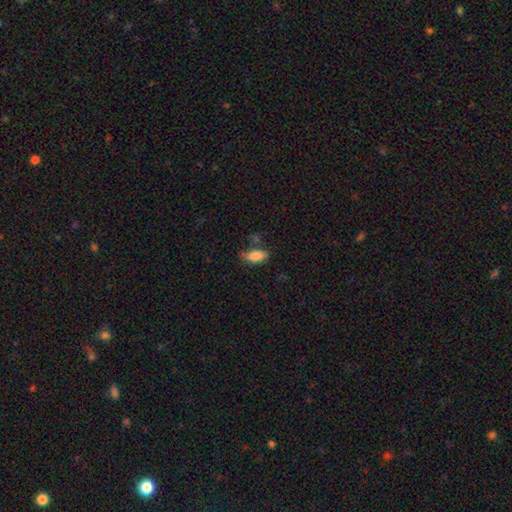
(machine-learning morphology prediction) Q: Smooth or featured?
A: smooth (85%); runner-up: star or artifact (7%)
Q: How rounded?
A: in between (87%); runner-up: cigar-shaped (10%)
Q: Merging?
A: none (69%); runner-up: minor disturbance (20%)